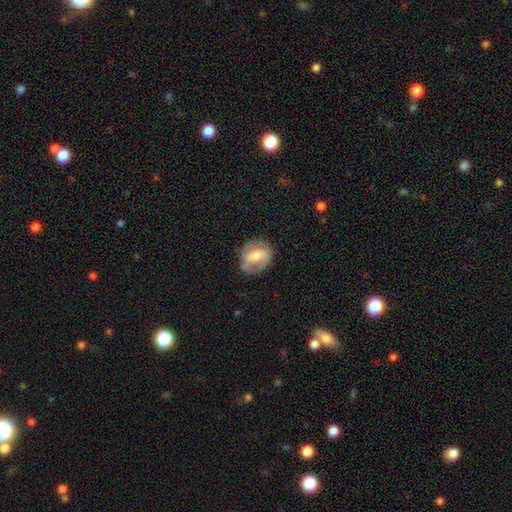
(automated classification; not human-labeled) A featured or disk galaxy (59%) with a strong bar (42%), spiral arms (72%) and a moderate central bulge (52%).

Vote fractions:
- Smooth or featured? featured or disk: 59% / smooth: 34% / star or artifact: 7%
- Edge-on disk? no: 95% / yes: 5%
- Bar? strong: 42% / weak: 37% / no: 21%
- Spiral arms? yes: 72% / no: 28%
- Bulge size? moderate: 52% / small: 33% / large: 9% / none: 5% / dominant: 2%
- Merging? none: 70% / minor disturbance: 20% / major disturbance: 8% / merger: 2%